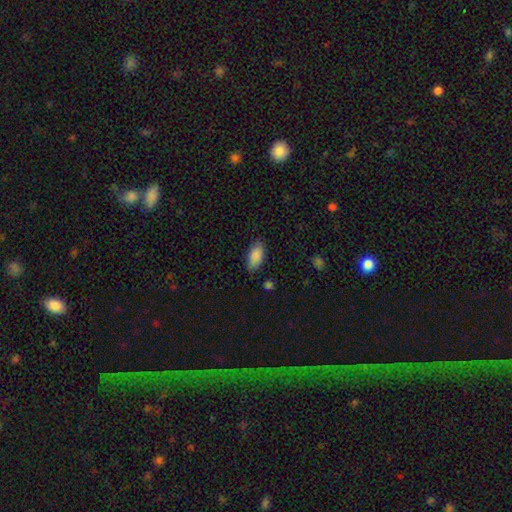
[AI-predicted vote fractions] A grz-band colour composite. It shows a smooth galaxy with no disk features (88%) that is in between round and cigar-shaped (92%). Merging: none (81%).